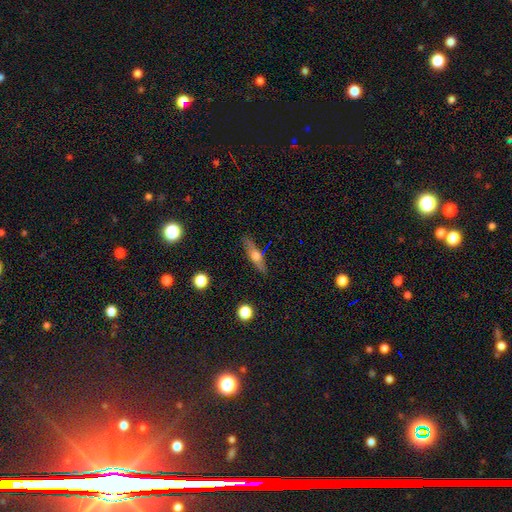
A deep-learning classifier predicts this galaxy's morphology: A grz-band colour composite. It shows a featured or disk galaxy (48%). Merging: none (85%).